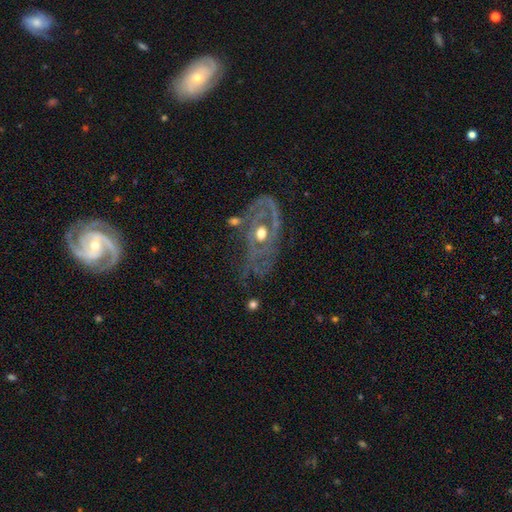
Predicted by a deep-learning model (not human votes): Smooth or featured?
  - featured or disk: 77% *
  - smooth: 12%
  - star or artifact: 11%
Edge-on disk?
  - no: 93% *
  - yes: 7%
Bar?
  - no: 62% *
  - weak: 27%
  - strong: 10%
Spiral arms?
  - yes: 75% *
  - no: 25%
Spiral winding?
  - medium: 39% *
  - tight: 36%
  - loose: 25%
Spiral arm count?
  - 2: 52% *
  - can't tell: 26%
  - 1: 11%
  - 3: 5%
  - 4: 3%
  - more than 4: 3%
Bulge size?
  - moderate: 52% *
  - small: 41%
  - large: 3%
  - none: 2%
  - dominant: 1%
Merging?
  - none: 49% *
  - minor disturbance: 22%
  - major disturbance: 21%
  - merger: 9%